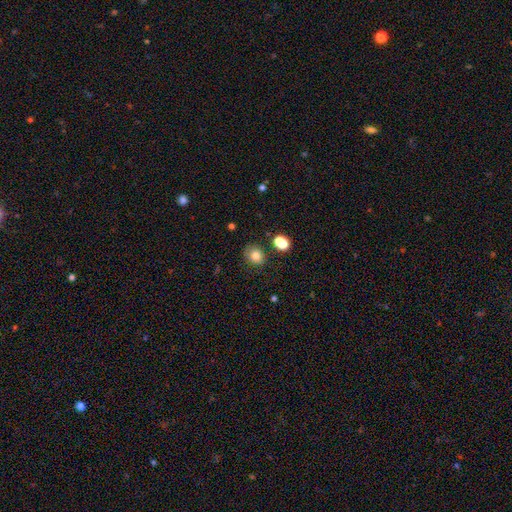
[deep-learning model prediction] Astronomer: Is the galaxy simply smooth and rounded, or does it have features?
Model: smooth — 80%.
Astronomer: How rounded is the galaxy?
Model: round — 64%.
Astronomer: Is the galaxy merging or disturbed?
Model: none — 78%.